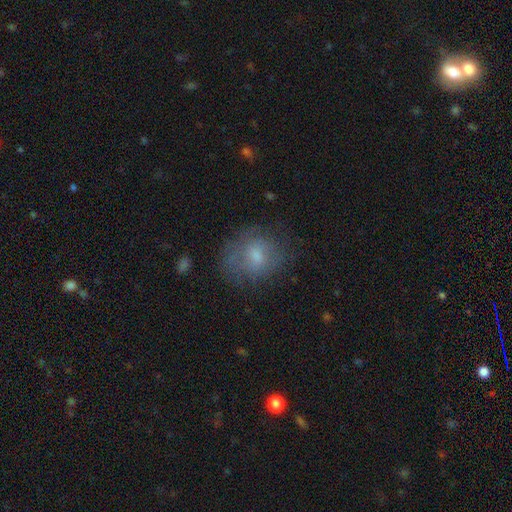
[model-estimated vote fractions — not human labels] Smooth or featured? smooth (60%)
How rounded? round (62%)
Merging? none (59%)